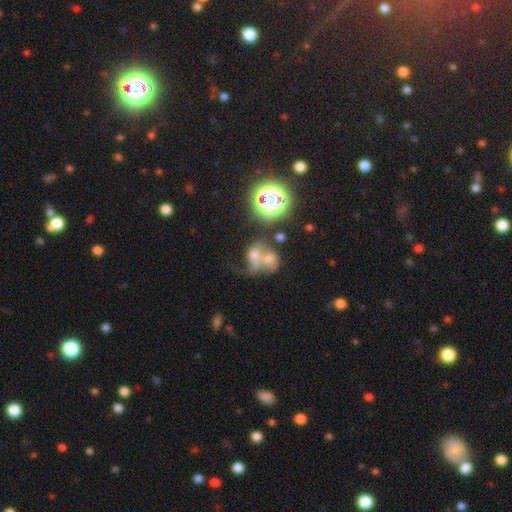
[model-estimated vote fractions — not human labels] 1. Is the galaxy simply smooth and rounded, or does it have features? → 44% smooth, 29% featured or disk, 27% star or artifact.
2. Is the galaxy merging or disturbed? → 61% merger, 18% none, 13% major disturbance, 8% minor disturbance.